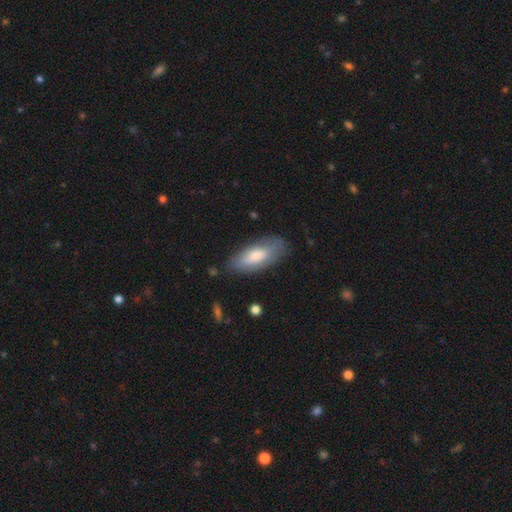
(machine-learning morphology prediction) A smooth galaxy with no disk features (70%) that is in between round and cigar-shaped (82%). Merging: none (73%).